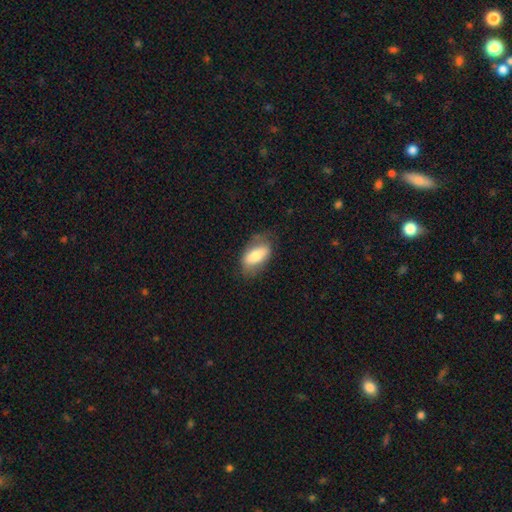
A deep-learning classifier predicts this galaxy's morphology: Q: Smooth or featured?
A: smooth (69%); runner-up: featured or disk (25%)
Q: How rounded?
A: in between (90%); runner-up: cigar-shaped (6%)
Q: Merging?
A: none (66%); runner-up: minor disturbance (24%)